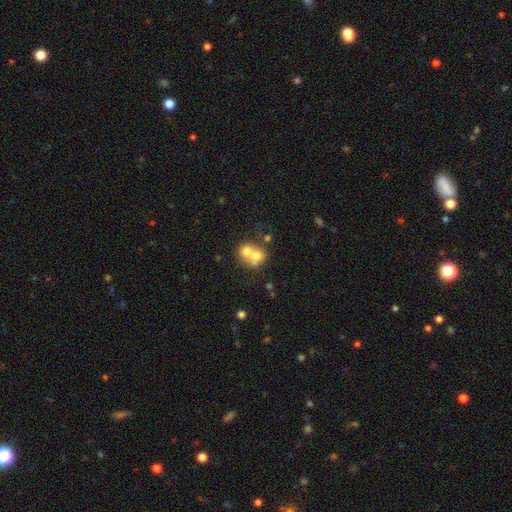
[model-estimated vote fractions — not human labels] Smooth or featured? smooth (62%)
How rounded? round (70%)
Merging? merger (68%)